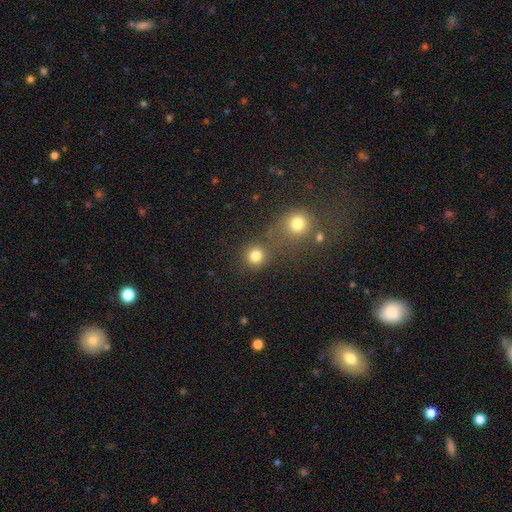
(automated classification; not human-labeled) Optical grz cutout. It shows a smooth galaxy with no disk features (81%) that is round (92%). Merging: none (74%).